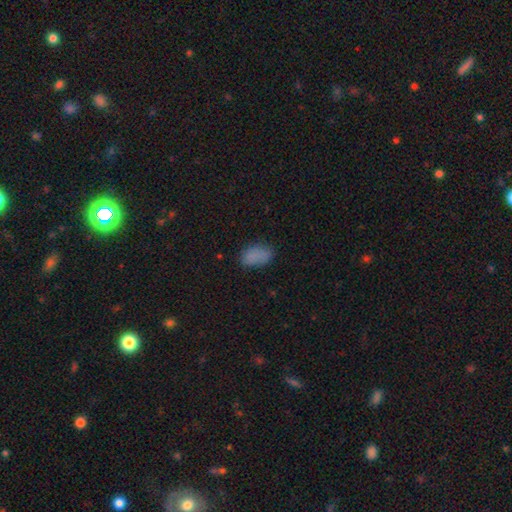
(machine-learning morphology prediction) A smooth galaxy with no disk features (83%) that is in between round and cigar-shaped (92%).

Vote fractions:
- Smooth or featured? smooth: 83% / star or artifact: 11% / featured or disk: 6%
- How rounded? in between: 92% / round: 6% / cigar-shaped: 2%
- Merging? none: 72% / minor disturbance: 21% / major disturbance: 6% / merger: 2%